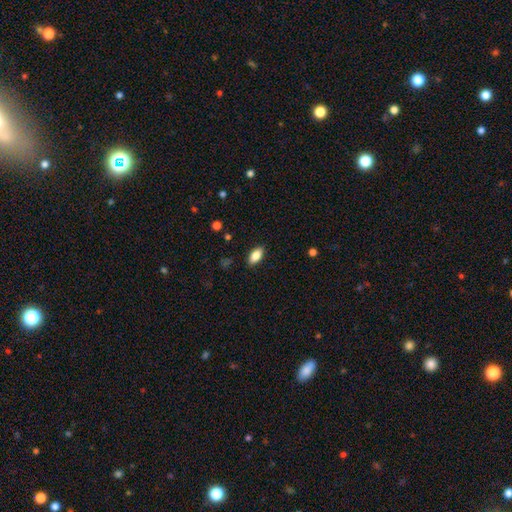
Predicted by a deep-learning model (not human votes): The model was most divided on "smooth or featured": smooth: 83%, featured or disk: 9%, star or artifact: 7%. More confident: how rounded — in between (89%); merging — none (88%).